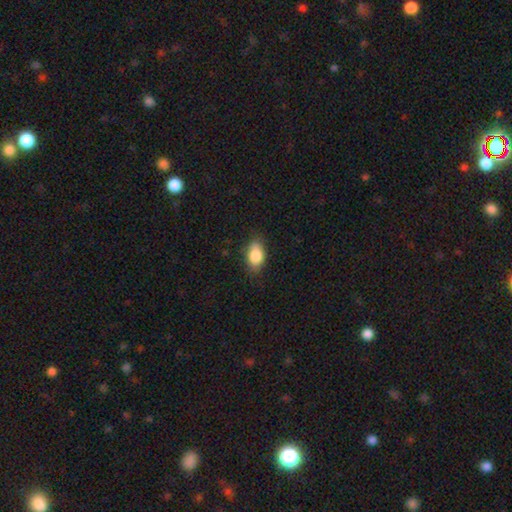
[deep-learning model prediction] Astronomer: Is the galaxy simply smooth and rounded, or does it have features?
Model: smooth — 83%.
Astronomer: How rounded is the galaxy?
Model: in between — 87%.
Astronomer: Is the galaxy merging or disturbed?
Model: none — 78%.